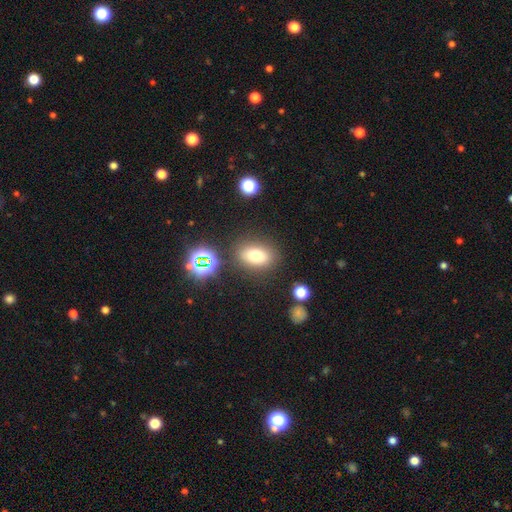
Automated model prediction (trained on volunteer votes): smooth 72%, star or artifact 15%, featured or disk 12%. Down the decision tree: how rounded — in between (77%); merging — none (82%).